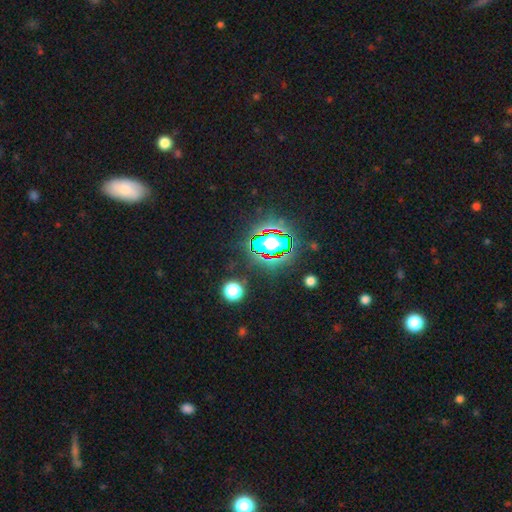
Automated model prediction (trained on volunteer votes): This appears to be a star or artifact, not a galaxy (80%).